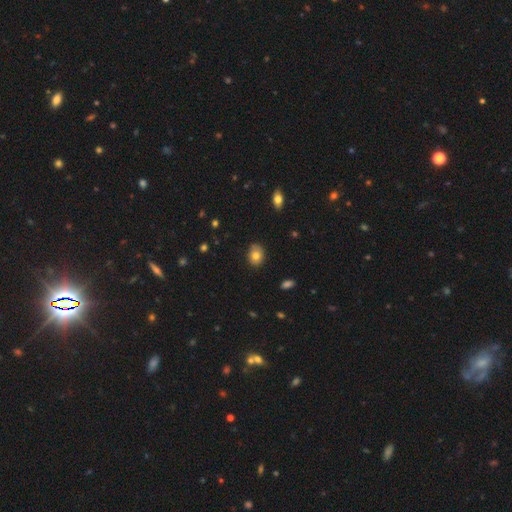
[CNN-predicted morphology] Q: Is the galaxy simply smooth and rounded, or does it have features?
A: smooth — 78%.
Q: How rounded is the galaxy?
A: in between — 54%.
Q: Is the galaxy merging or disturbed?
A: none — 78%.